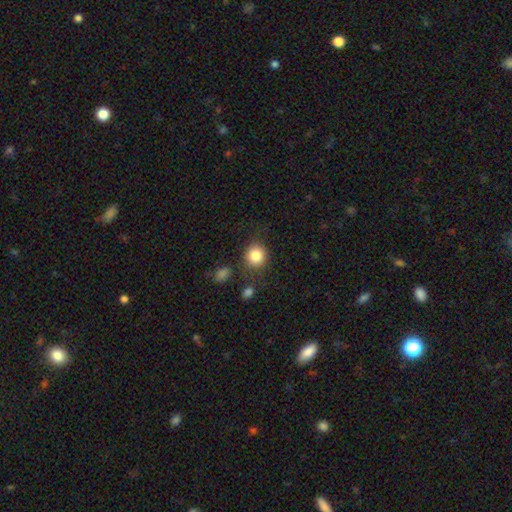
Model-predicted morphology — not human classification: This is clearly a smooth galaxy (84%). How rounded: clearly round (86%). Merging: likely none (78%).